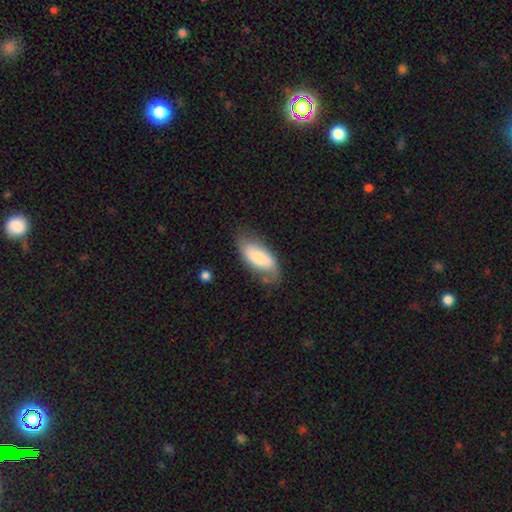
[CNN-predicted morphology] This is likely a smooth galaxy (68%). How rounded: clearly in between (87%). Merging: possibly none (60%).